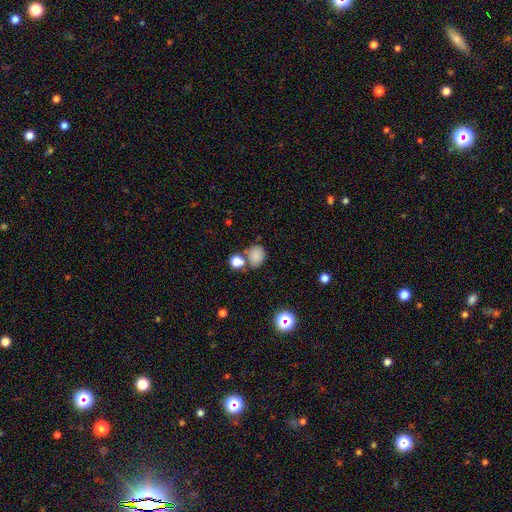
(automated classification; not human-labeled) A smooth galaxy with no disk features (82%) that is round (55%). Merging: none (60%).